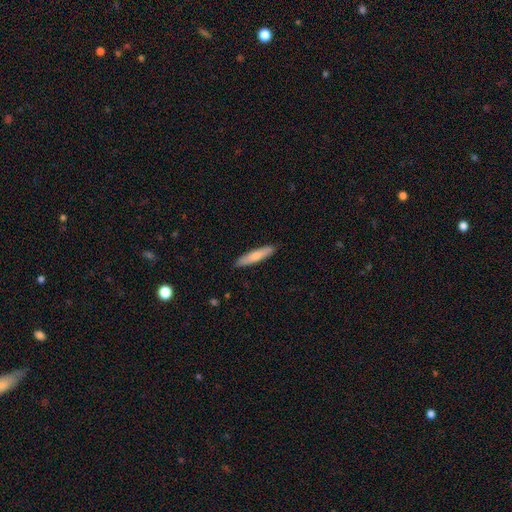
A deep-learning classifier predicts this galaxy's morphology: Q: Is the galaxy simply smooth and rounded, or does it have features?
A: smooth — 73%.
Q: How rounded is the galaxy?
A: cigar-shaped — 85%.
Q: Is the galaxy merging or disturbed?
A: none — 89%.